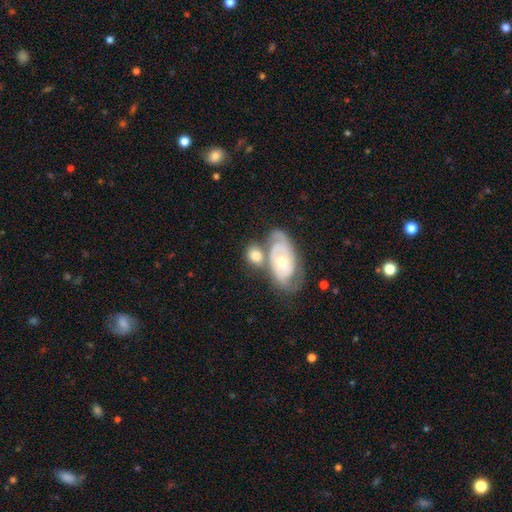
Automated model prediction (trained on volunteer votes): smooth 51%, featured or disk 42%, star or artifact 7%. Down the decision tree: how rounded — in between (59%); merging — merger (41%).